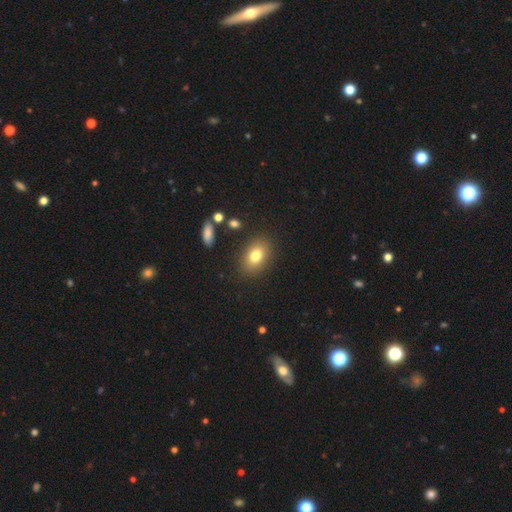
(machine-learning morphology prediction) This appears to be a smooth galaxy with no disk features (79%) that is in between round and cigar-shaped (80%). Merging: none (85%).